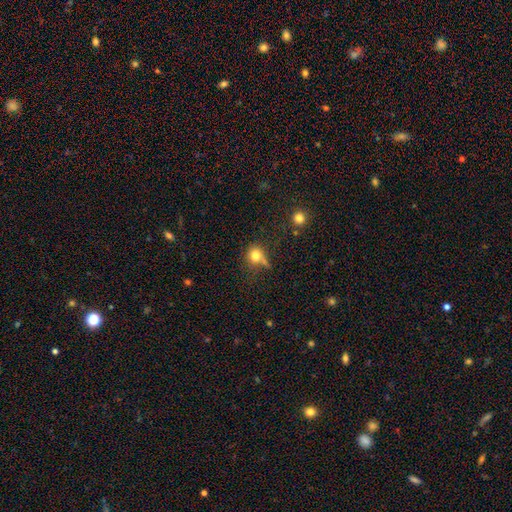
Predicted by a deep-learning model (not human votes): Morphology: type=smooth (78%); roundness=round (75%); merging=none (49%).